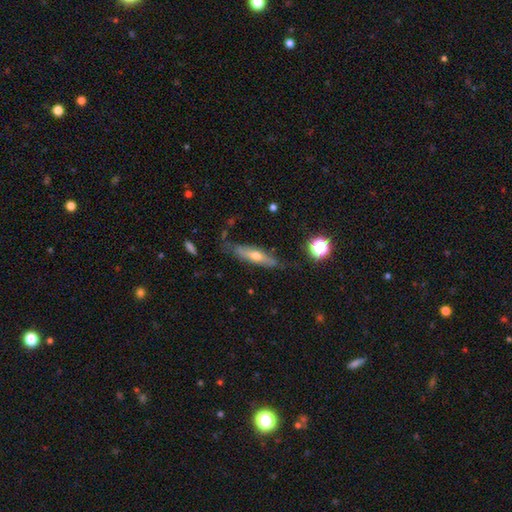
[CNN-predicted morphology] type=featured or disk (53%); edge-on=yes (71%); merging=none (70%).